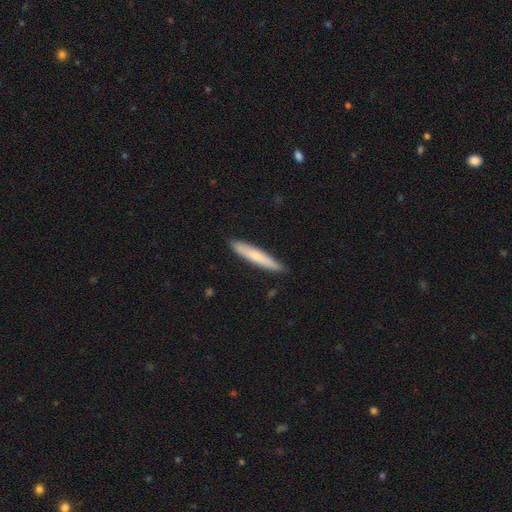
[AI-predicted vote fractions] A smooth galaxy with no disk features (67%) that is cigar-shaped (94%).

Vote fractions:
- Smooth or featured? smooth: 67% / featured or disk: 28% / star or artifact: 5%
- How rounded? cigar-shaped: 94% / in between: 5% / round: 1%
- Merging? none: 90% / minor disturbance: 8% / major disturbance: 1% / merger: 1%